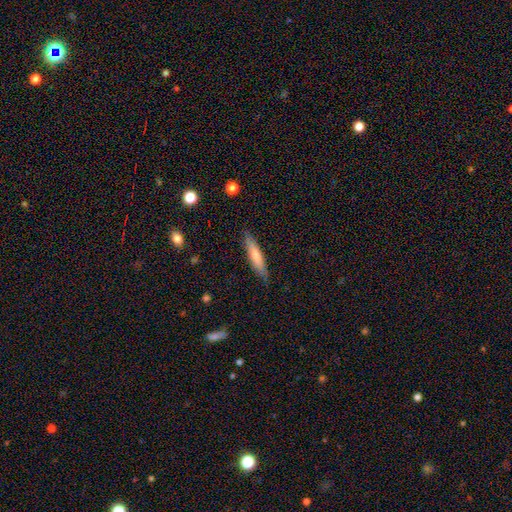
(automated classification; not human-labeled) smooth-or-featured: smooth: 72% | featured or disk: 22% | star or artifact: 6%
  how-rounded: cigar-shaped: 84% | in between: 14% | round: 1%
  merging: none: 85% | minor disturbance: 12% | major disturbance: 2% | merger: 1%